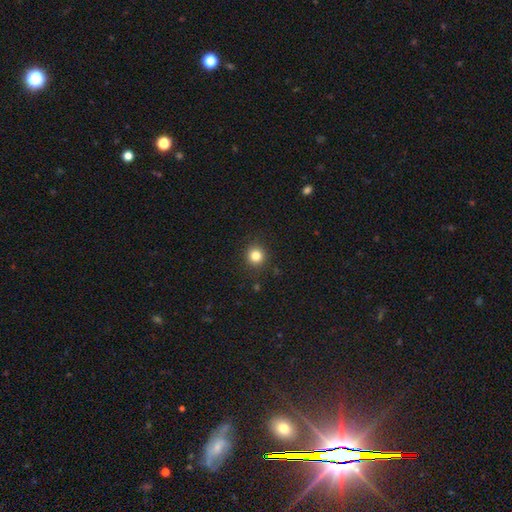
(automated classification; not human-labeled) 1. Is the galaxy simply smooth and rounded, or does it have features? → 83% smooth, 12% star or artifact, 5% featured or disk.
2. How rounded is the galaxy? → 93% round, 6% in between, 1% cigar-shaped.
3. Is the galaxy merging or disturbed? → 91% none, 6% minor disturbance, 2% major disturbance, 1% merger.